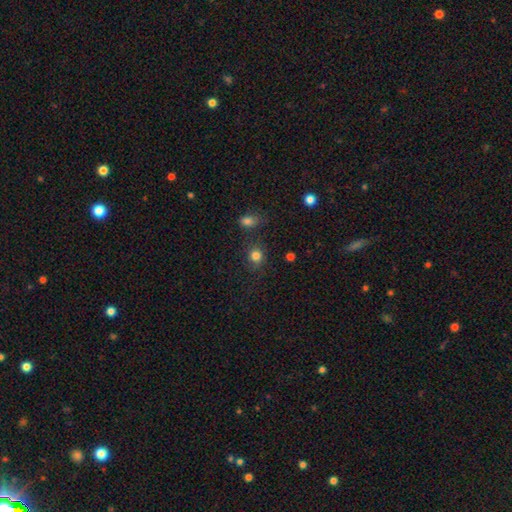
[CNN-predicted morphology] The model was most divided on "how rounded": round: 79%, in between: 20%, cigar-shaped: 1%. More confident: smooth or featured — smooth (82%); merging — none (75%).